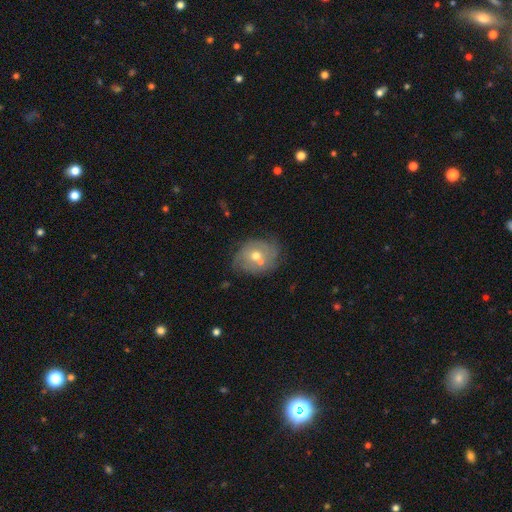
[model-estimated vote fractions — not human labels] Morphology: type=featured or disk (50%); edge-on=no (96%); merging=none (55%).